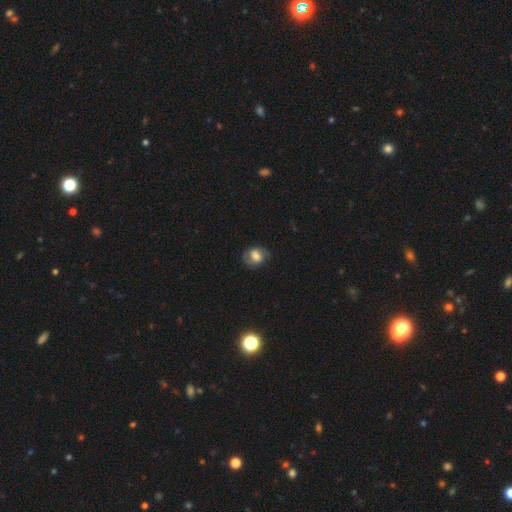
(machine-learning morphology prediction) type=smooth (52%); roundness=round (53%); merging=none (73%).